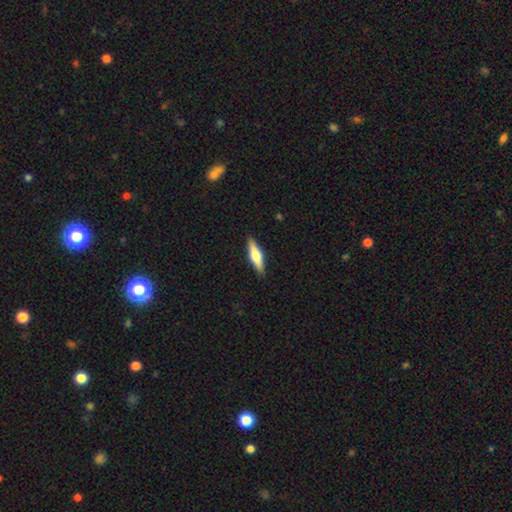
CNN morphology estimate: Overall: smooth (47%, tied with featured or disk). Merging: none (90%).